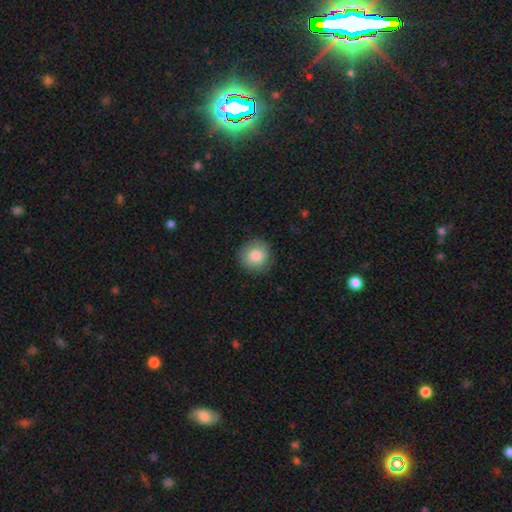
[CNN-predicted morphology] smooth_or_featured: smooth (p=0.82) [alt: featured or disk p=0.10]
how_rounded: round (p=0.93) [alt: in between p=0.06]
merging: none (p=0.85) [alt: minor disturbance p=0.11]